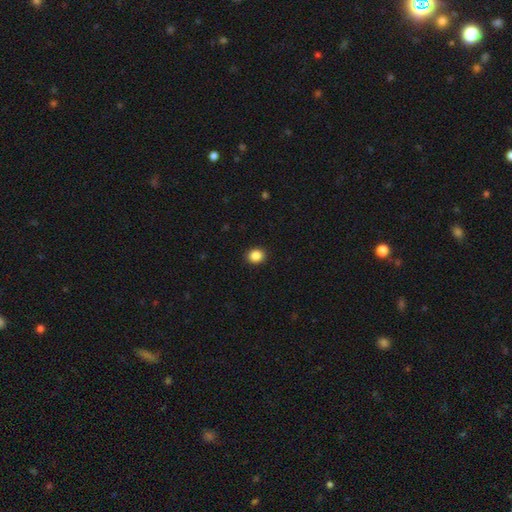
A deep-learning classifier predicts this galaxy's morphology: Smooth or featured? smooth (87%)
How rounded? round (73%)
Merging? none (92%)